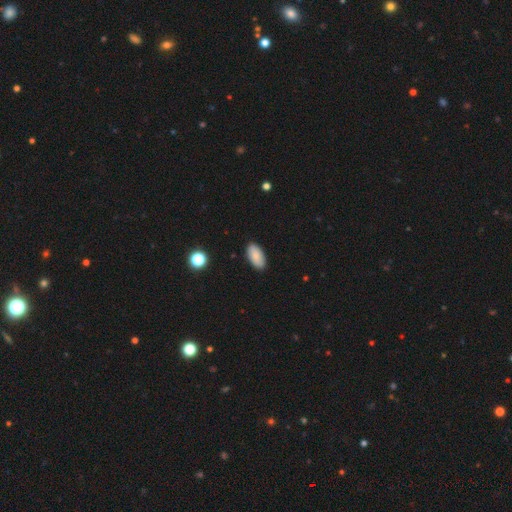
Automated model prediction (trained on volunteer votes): This is clearly a smooth galaxy (85%). How rounded: clearly in between (94%). Merging: clearly none (88%).